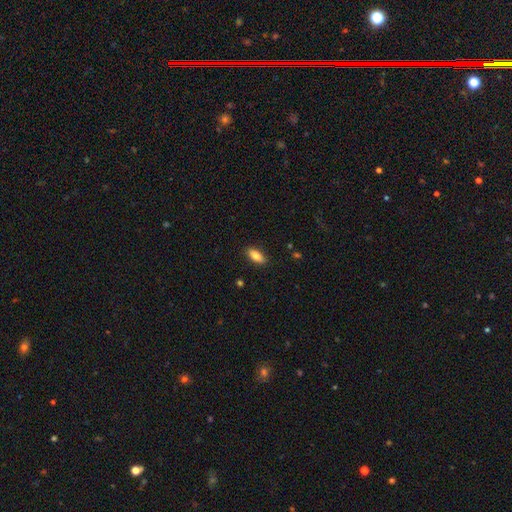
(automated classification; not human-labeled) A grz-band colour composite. It shows a smooth galaxy with no disk features (80%) that is in between round and cigar-shaped (81%). Merging: none (88%).